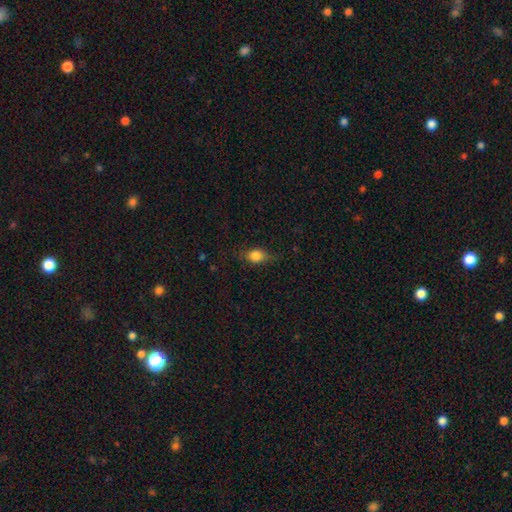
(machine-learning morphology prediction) This is likely a smooth galaxy (77%). How rounded: likely in between (60%). Merging: likely none (67%).